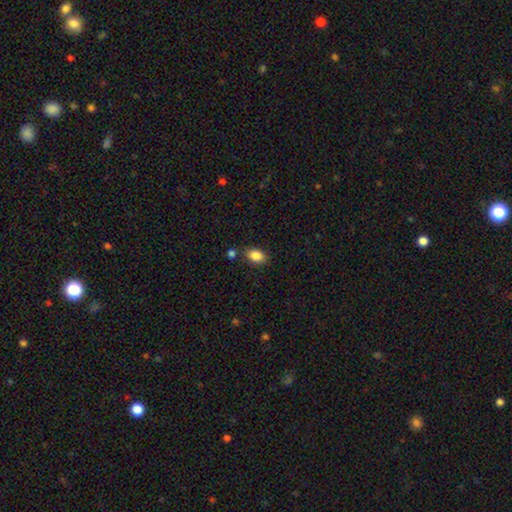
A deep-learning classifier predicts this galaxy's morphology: smooth 86%, star or artifact 9%, featured or disk 5%. Down the decision tree: how rounded — in between (81%); merging — none (80%).